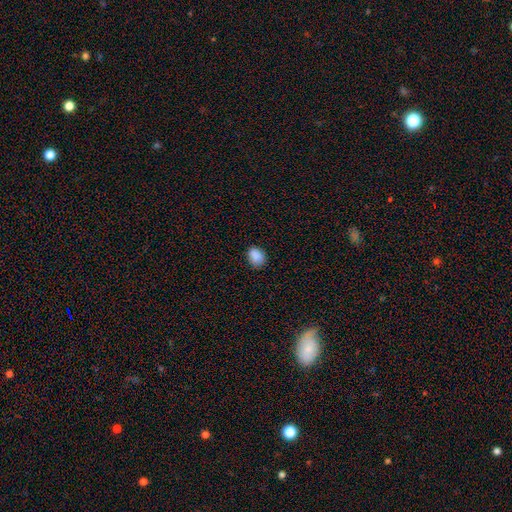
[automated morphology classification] Q: Smooth or featured?
A: smooth (87%); runner-up: star or artifact (9%)
Q: How rounded?
A: in between (55%); runner-up: round (44%)
Q: Merging?
A: none (79%); runner-up: minor disturbance (17%)